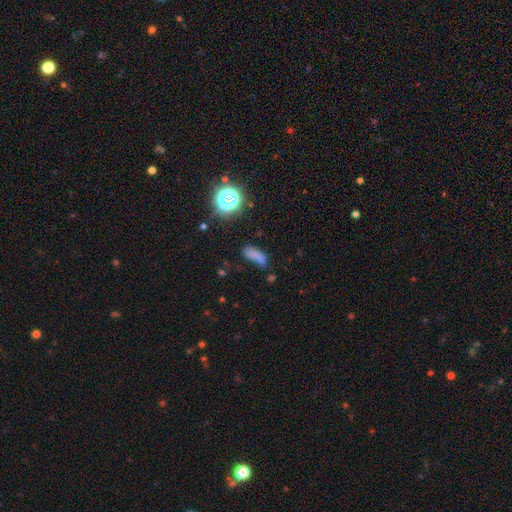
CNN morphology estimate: type=smooth (69%); roundness=in between (63%); merging=none (48%).